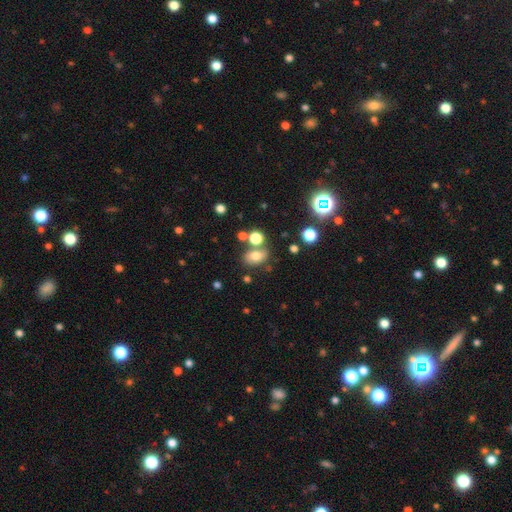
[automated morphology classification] smooth 72%, star or artifact 15%, featured or disk 13%. Down the decision tree: how rounded — in between (71%); merging — none (65%).